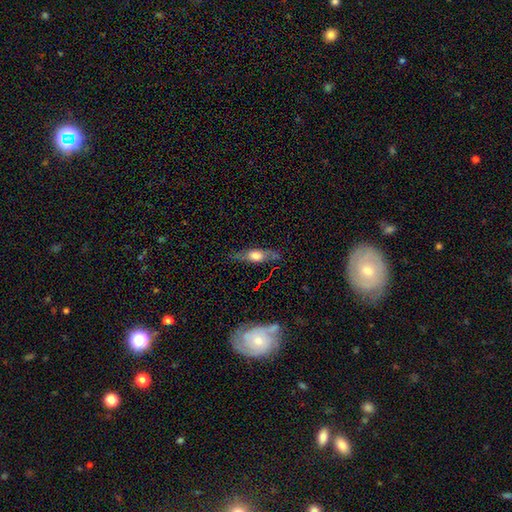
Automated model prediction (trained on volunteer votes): Smooth or featured? Predicted: featured or disk (p=0.50). Edge-on disk? Predicted: yes (p=0.70). Merging? Predicted: none (p=0.76).